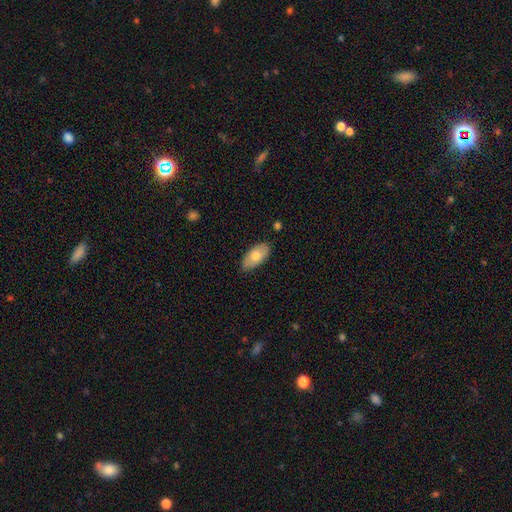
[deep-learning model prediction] smooth-or-featured: smooth: 69% | featured or disk: 25% | star or artifact: 6%
  how-rounded: in between: 93% | cigar-shaped: 4% | round: 3%
  merging: none: 83% | minor disturbance: 13% | major disturbance: 2% | merger: 1%